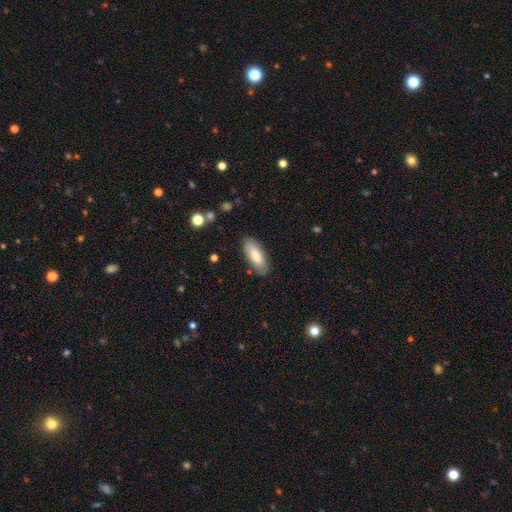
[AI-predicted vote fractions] Smooth or featured?
  - smooth: 78% *
  - featured or disk: 16%
  - star or artifact: 6%
How rounded?
  - in between: 78% *
  - cigar-shaped: 20%
  - round: 2%
Merging?
  - none: 85% *
  - minor disturbance: 11%
  - major disturbance: 3%
  - merger: 1%